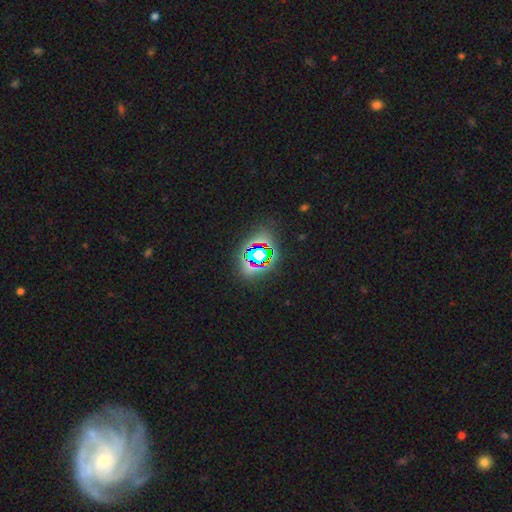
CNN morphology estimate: The model was most divided on "smooth or featured": star or artifact: 67%, smooth: 21%, featured or disk: 12%.